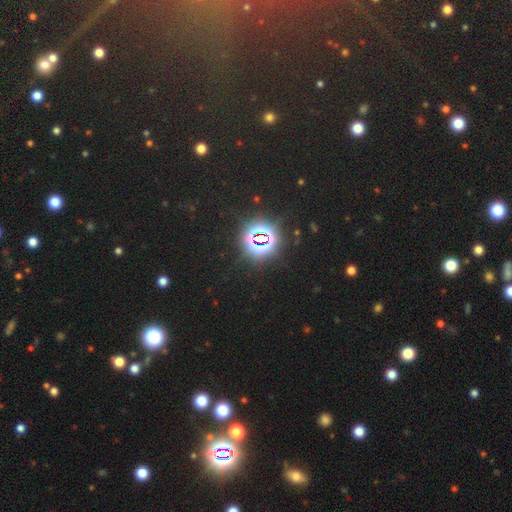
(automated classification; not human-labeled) This is likely a star or artifact rather than a galaxy (75%).